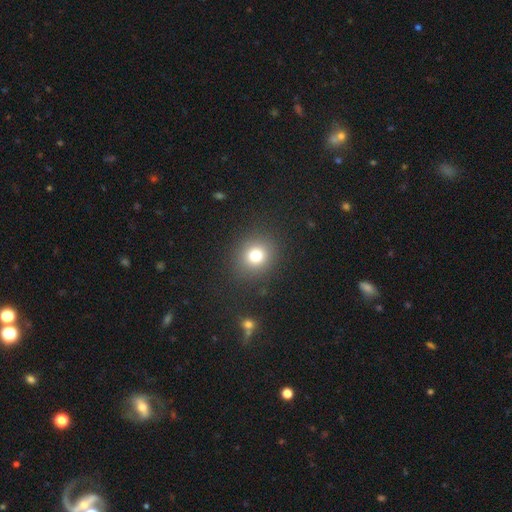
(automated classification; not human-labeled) A smooth galaxy with no disk features (77%) that is round (82%).

Vote fractions:
- Smooth or featured? smooth: 77% / star or artifact: 14% / featured or disk: 8%
- How rounded? round: 82% / in between: 17% / cigar-shaped: 1%
- Merging? none: 88% / minor disturbance: 7% / major disturbance: 3% / merger: 2%